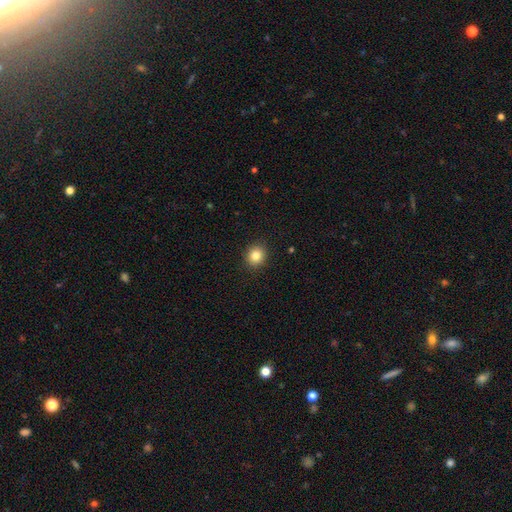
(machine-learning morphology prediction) Smooth or featured: smooth — 84% (star or artifact — 10%)
How rounded: round — 79% (in between — 21%)
Merging: none — 91% (minor disturbance — 6%)